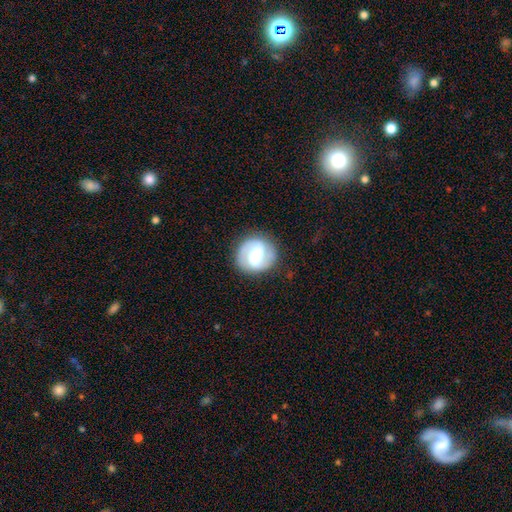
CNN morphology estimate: Smooth or featured?
  - featured or disk: 79% *
  - smooth: 16%
  - star or artifact: 5%
Edge-on disk?
  - no: 98% *
  - yes: 2%
Bar?
  - strong: 46% *
  - weak: 41%
  - no: 14%
Spiral arms?
  - yes: 90% *
  - no: 10%
Spiral winding?
  - medium: 49% *
  - tight: 35%
  - loose: 16%
Spiral arm count?
  - 2: 91% *
  - can't tell: 4%
  - 1: 2%
  - 3: 1%
  - 4: 1%
  - more than 4: 1%
Bulge size?
  - moderate: 62% *
  - small: 19%
  - large: 16%
  - dominant: 2%
  - none: 2%
Merging?
  - none: 86% *
  - minor disturbance: 9%
  - major disturbance: 4%
  - merger: 1%